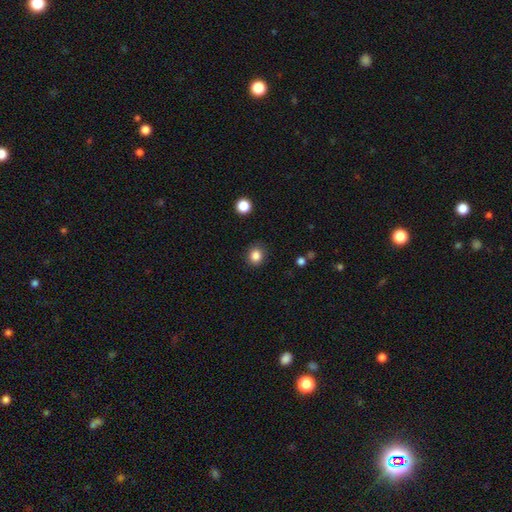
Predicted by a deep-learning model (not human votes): Smooth or featured? Predicted: smooth (p=0.85). How rounded? Predicted: round (p=0.75). Merging? Predicted: none (p=0.89).